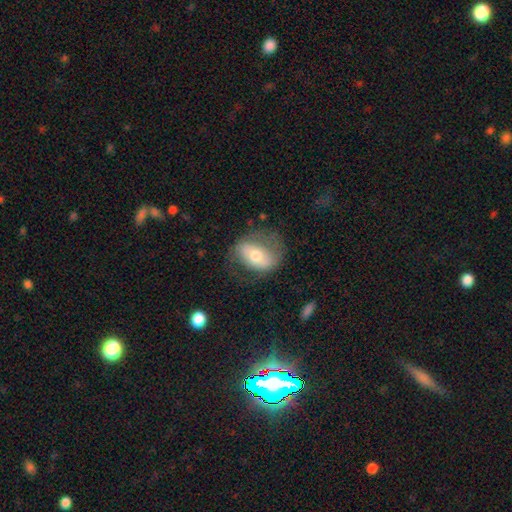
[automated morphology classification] Q: Smooth or featured?
A: featured or disk (48%); runner-up: smooth (44%)
Q: Merging?
A: none (57%); runner-up: minor disturbance (23%)